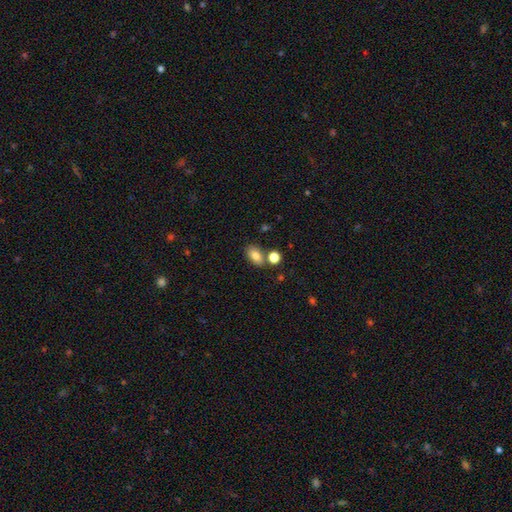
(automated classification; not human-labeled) The model was most divided on "merging": none: 68%, merger: 15%, minor disturbance: 13%, major disturbance: 4%. More confident: how rounded — in between (86%); smooth or featured — smooth (82%).